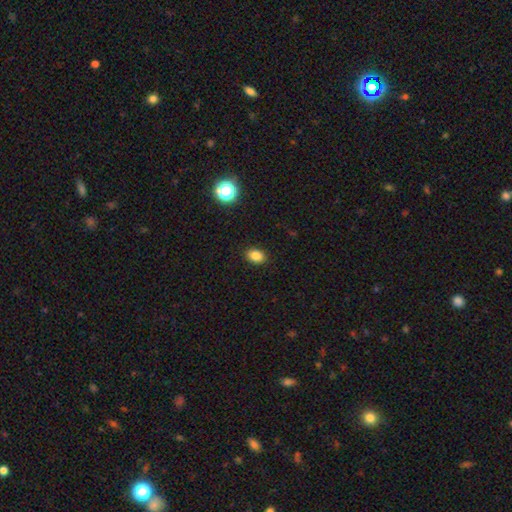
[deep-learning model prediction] Smooth or featured?
  - smooth: 84% *
  - star or artifact: 12%
  - featured or disk: 5%
How rounded?
  - in between: 74% *
  - round: 25%
  - cigar-shaped: 1%
Merging?
  - none: 90% *
  - minor disturbance: 7%
  - major disturbance: 2%
  - merger: 1%